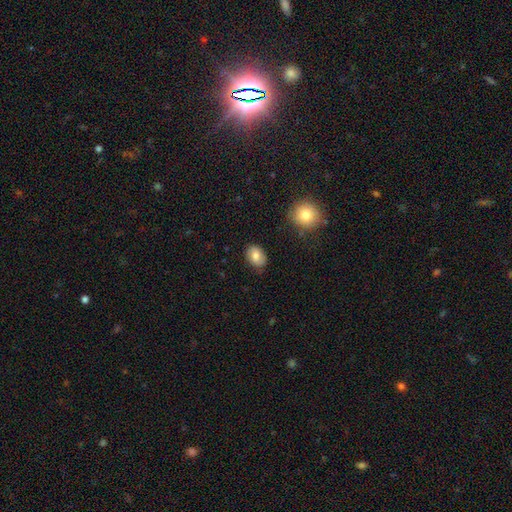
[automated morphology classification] This is likely a smooth galaxy (79%). How rounded: likely in between (77%). Merging: clearly none (83%).